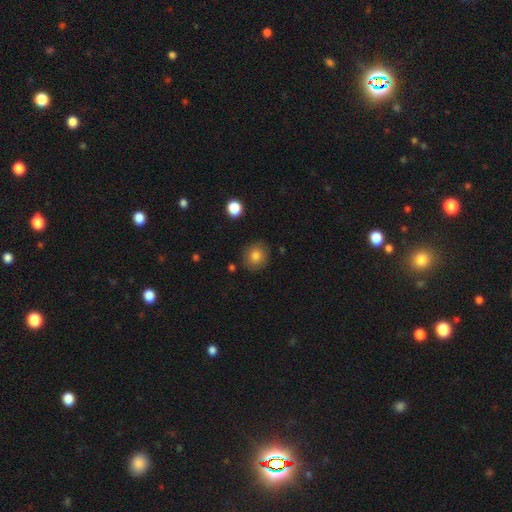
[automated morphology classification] smooth-or-featured: smooth: 81% | star or artifact: 10% | featured or disk: 9%
  how-rounded: round: 86% | in between: 13% | cigar-shaped: 1%
  merging: none: 85% | minor disturbance: 10% | major disturbance: 3% | merger: 2%